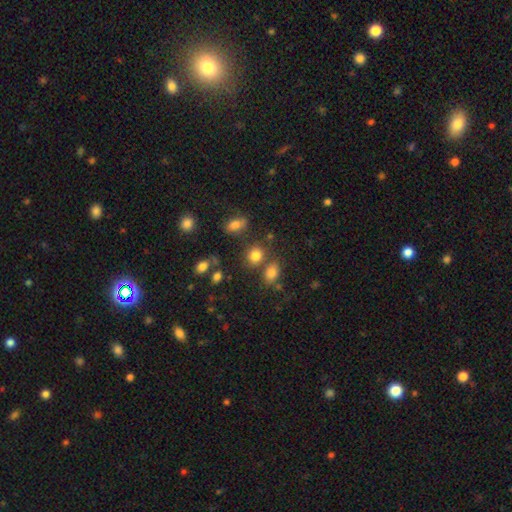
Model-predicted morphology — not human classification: smooth 80%, star or artifact 13%, featured or disk 7%. Down the decision tree: how rounded — round (63%); merging — none (67%).